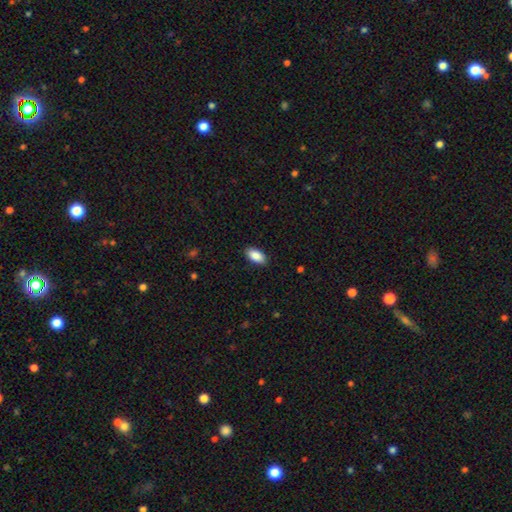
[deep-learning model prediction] smooth-or-featured: smooth: 89% | star or artifact: 7% | featured or disk: 4%
  how-rounded: in between: 93% | cigar-shaped: 4% | round: 3%
  merging: none: 88% | minor disturbance: 9% | major disturbance: 2% | merger: 1%